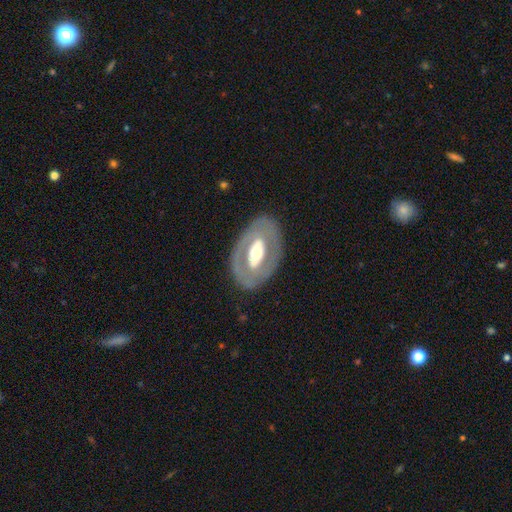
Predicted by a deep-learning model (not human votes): Smooth or featured? featured or disk (65%)
Edge-on disk? no (90%)
Bar? no (53%)
Spiral arms? no (81%)
Bulge size? moderate (62%)
Merging? none (80%)